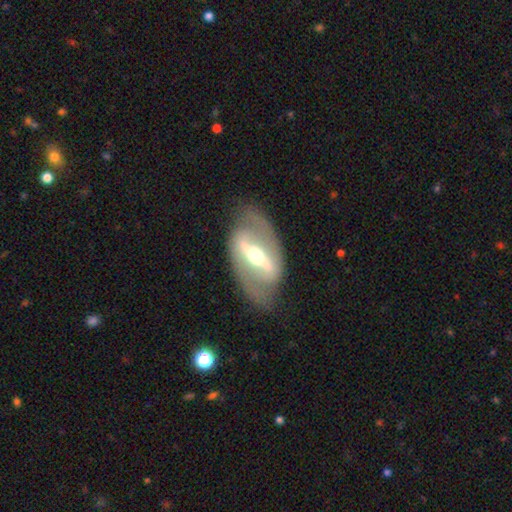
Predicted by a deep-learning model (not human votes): Morphology: type=featured or disk (83%); edge-on=no (90%); bar=strong (74%); spiral arms=yes (68%); winding=medium (44%); arm count=2 (86%); bulge=moderate (67%); merging=none (75%).